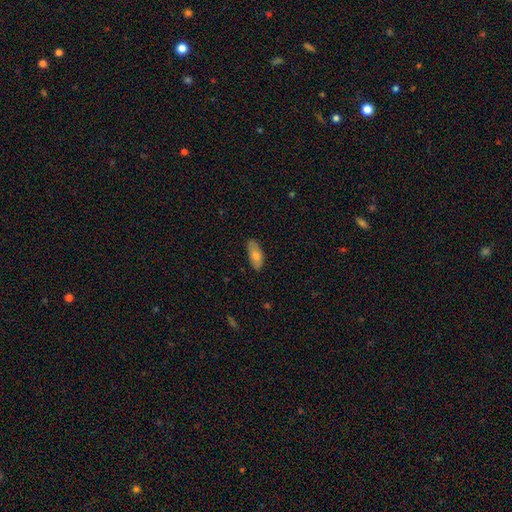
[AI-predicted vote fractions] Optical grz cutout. It shows a smooth galaxy with no disk features (72%) that is in between round and cigar-shaped (84%). Merging: none (80%).